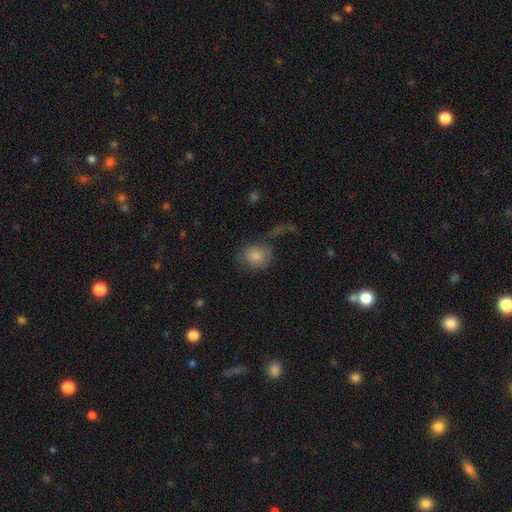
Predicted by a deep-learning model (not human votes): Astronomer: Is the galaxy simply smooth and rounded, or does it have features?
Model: smooth — 84%.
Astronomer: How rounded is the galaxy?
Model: round — 59% (runner-up: in between, 39%).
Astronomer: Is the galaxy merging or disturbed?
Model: none — 52%.